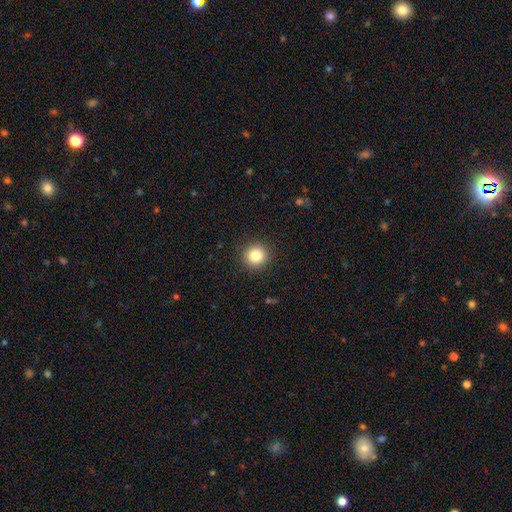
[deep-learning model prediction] smooth_or_featured: smooth (p=0.84) [alt: star or artifact p=0.10]
how_rounded: round (p=0.94) [alt: in between p=0.05]
merging: none (p=0.92) [alt: minor disturbance p=0.05]